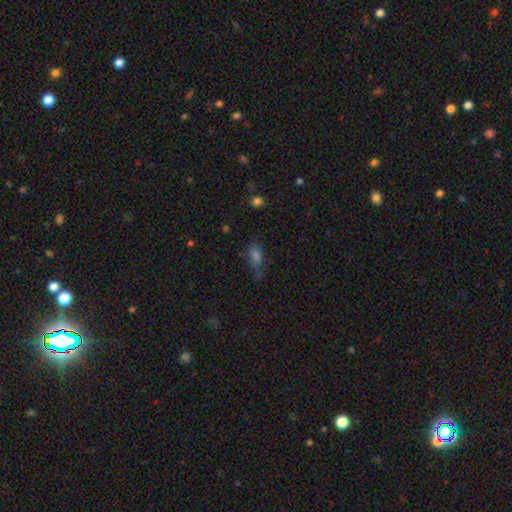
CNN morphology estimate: Q: Smooth or featured?
A: smooth (60%); runner-up: star or artifact (26%)
Q: How rounded?
A: in between (72%); runner-up: cigar-shaped (18%)
Q: Merging?
A: none (59%); runner-up: minor disturbance (25%)